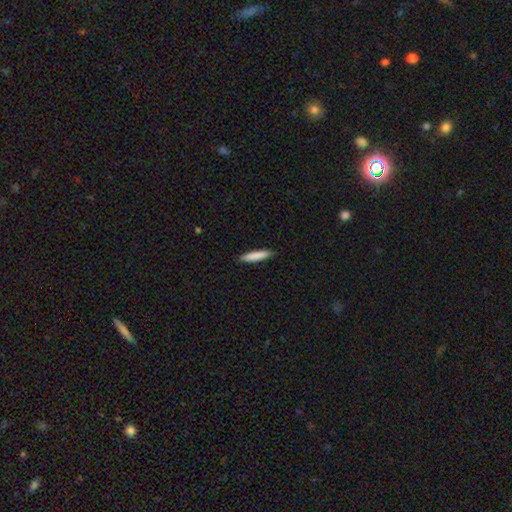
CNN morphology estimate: A smooth galaxy with no disk features (85%) that is cigar-shaped (88%). Merging: none (91%).